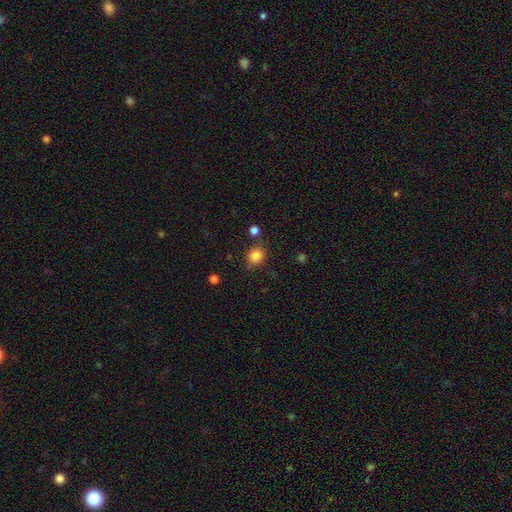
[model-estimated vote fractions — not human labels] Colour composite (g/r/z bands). It shows a smooth galaxy with no disk features (83%) that is round (71%). Merging: none (76%).